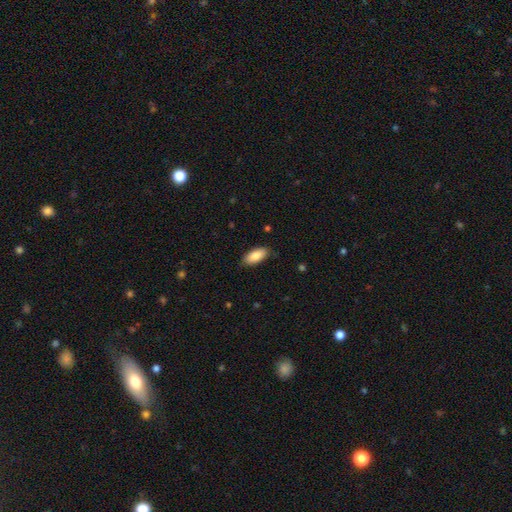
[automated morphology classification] This is clearly a smooth galaxy (86%). How rounded: clearly in between (88%). Merging: clearly none (84%).